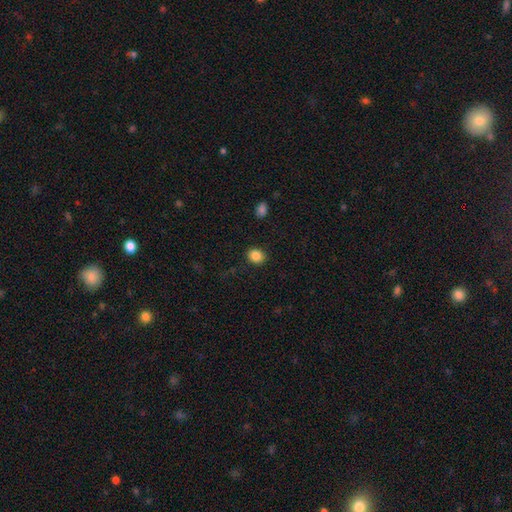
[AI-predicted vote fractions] smooth-or-featured: smooth: 86% | star or artifact: 10% | featured or disk: 4%
  how-rounded: round: 67% | in between: 32% | cigar-shaped: 1%
  merging: none: 89% | minor disturbance: 7% | major disturbance: 2% | merger: 1%